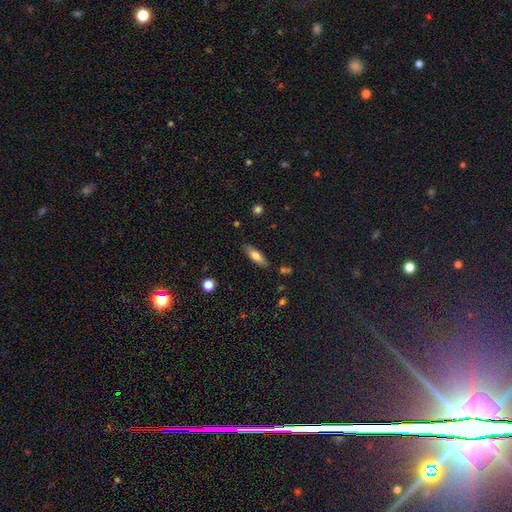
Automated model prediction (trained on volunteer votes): Smooth or featured? Predicted: smooth (p=0.71). How rounded? Predicted: in between (p=0.52). Merging? Predicted: none (p=0.84).